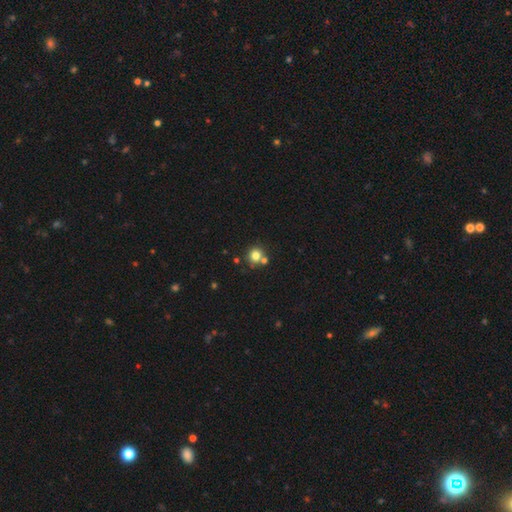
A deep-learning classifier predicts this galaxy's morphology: This appears to be a smooth galaxy with no disk features (78%) that is round (89%). Merging: none (65%).